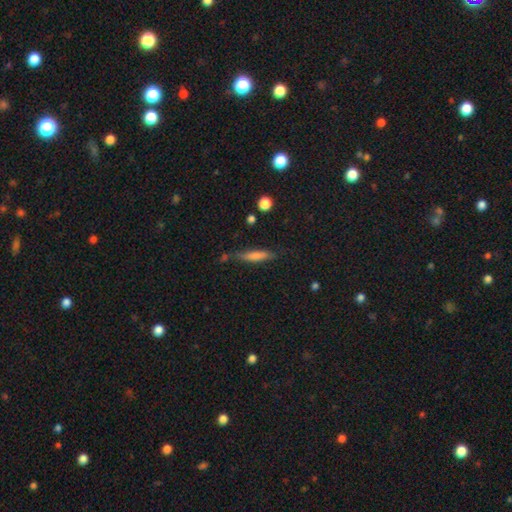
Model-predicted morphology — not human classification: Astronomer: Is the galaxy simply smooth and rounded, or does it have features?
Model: smooth — 60%.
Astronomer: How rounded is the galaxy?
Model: cigar-shaped — 87%.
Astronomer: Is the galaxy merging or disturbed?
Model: none — 73%.